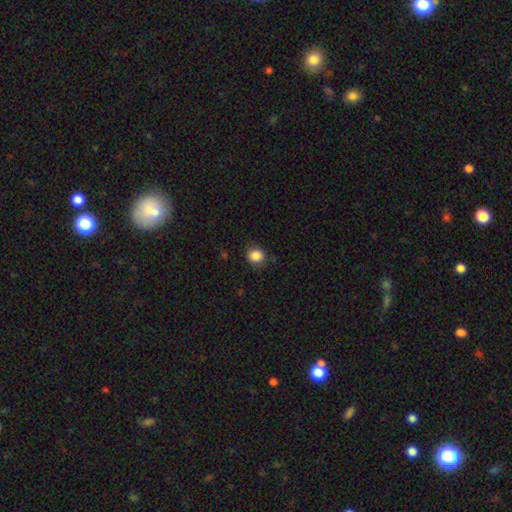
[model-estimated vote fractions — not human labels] A smooth galaxy with no disk features (87%) that is round (85%).

Vote fractions:
- Smooth or featured? smooth: 87% / star or artifact: 10% / featured or disk: 3%
- How rounded? round: 85% / in between: 14% / cigar-shaped: 1%
- Merging? none: 86% / minor disturbance: 10% / major disturbance: 3% / merger: 1%